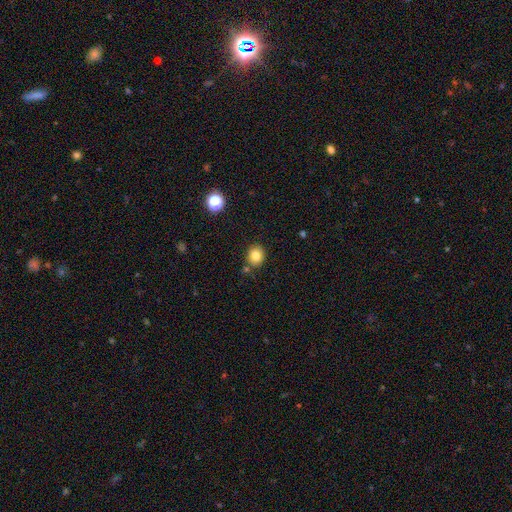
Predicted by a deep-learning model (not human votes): Smooth or featured: smooth — 81% (star or artifact — 11%)
How rounded: round — 71% (in between — 28%)
Merging: none — 80% (minor disturbance — 11%)